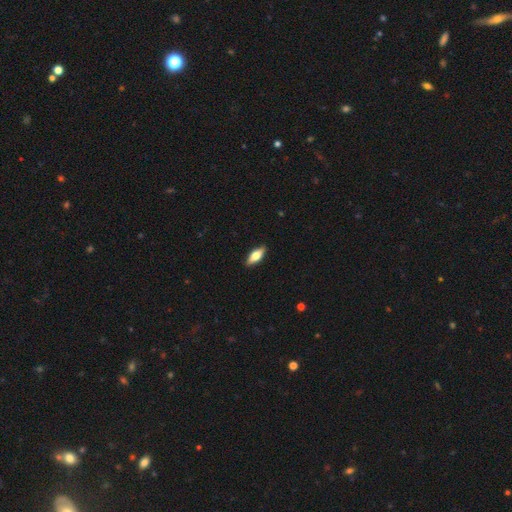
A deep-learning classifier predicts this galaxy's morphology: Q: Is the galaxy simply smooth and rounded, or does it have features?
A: smooth — 58%.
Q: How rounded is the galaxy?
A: in between — 70%.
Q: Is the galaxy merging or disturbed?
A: none — 89%.